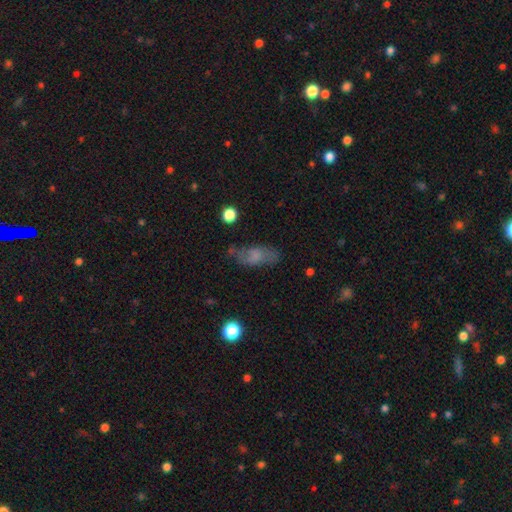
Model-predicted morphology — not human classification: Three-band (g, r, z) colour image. It shows a smooth galaxy with no disk features (62%) that is in between round and cigar-shaped (78%). Merging: none (62%).